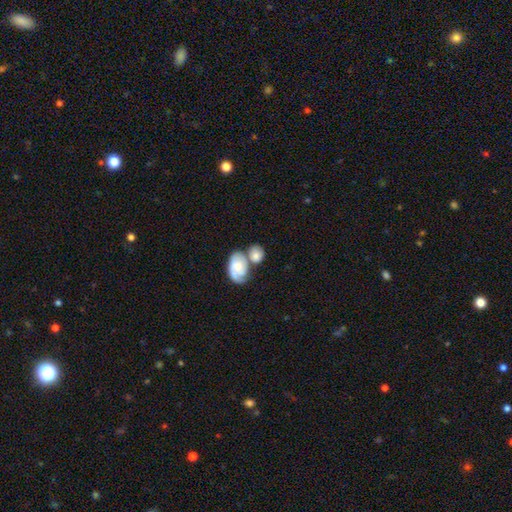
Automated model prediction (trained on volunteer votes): Q: Smooth or featured?
A: smooth (65%); runner-up: featured or disk (28%)
Q: How rounded?
A: in between (57%); runner-up: round (42%)
Q: Merging?
A: merger (46%); runner-up: none (34%)